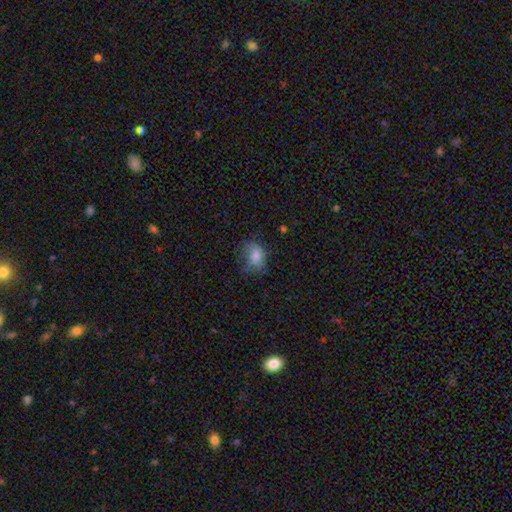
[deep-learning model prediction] A smooth galaxy with no disk features (74%) that is in between round and cigar-shaped (73%).

Vote fractions:
- Smooth or featured? smooth: 74% / featured or disk: 14% / star or artifact: 11%
- How rounded? in between: 73% / round: 26% / cigar-shaped: 2%
- Merging? none: 52% / minor disturbance: 28% / major disturbance: 18% / merger: 2%